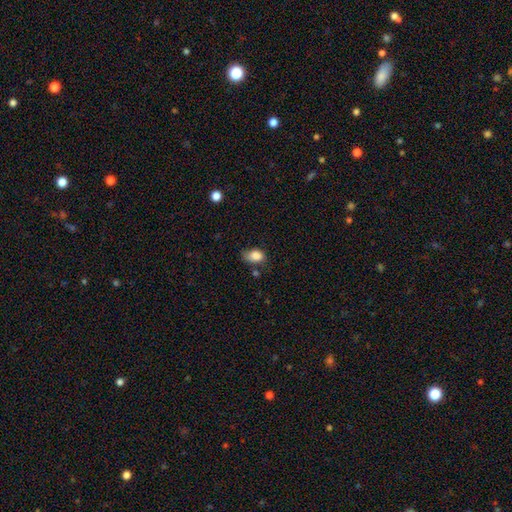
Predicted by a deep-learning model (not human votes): Morphology: type=smooth (83%); roundness=in between (79%); merging=none (47%).